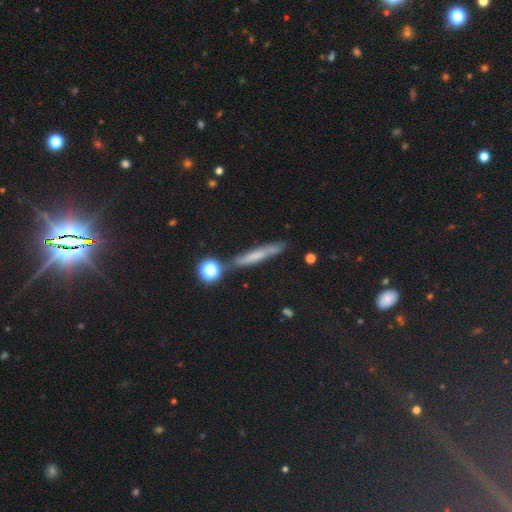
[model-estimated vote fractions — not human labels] smooth 49%, featured or disk 31%, star or artifact 21%. Down the decision tree: merging — none (77%).